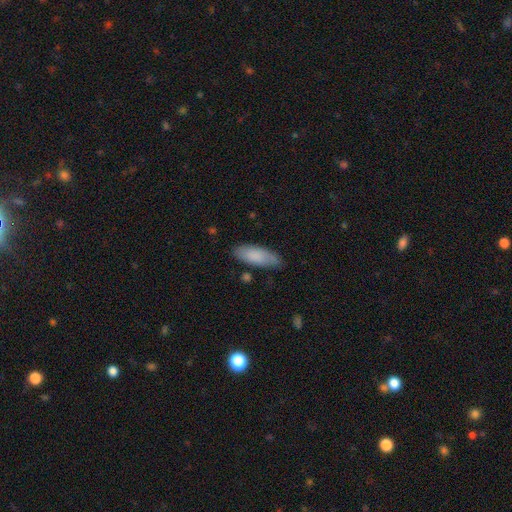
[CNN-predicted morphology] Overall: smooth (85%). How rounded: in between (69%). Merging: none (76%).